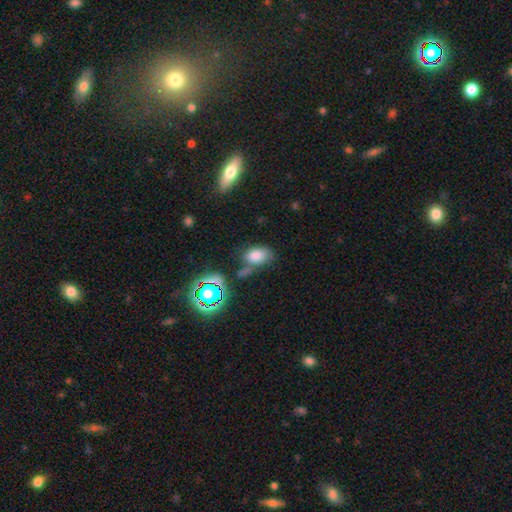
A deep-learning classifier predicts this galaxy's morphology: A smooth galaxy with no disk features (73%) that is in between round and cigar-shaped (87%). Merging: none (54%).